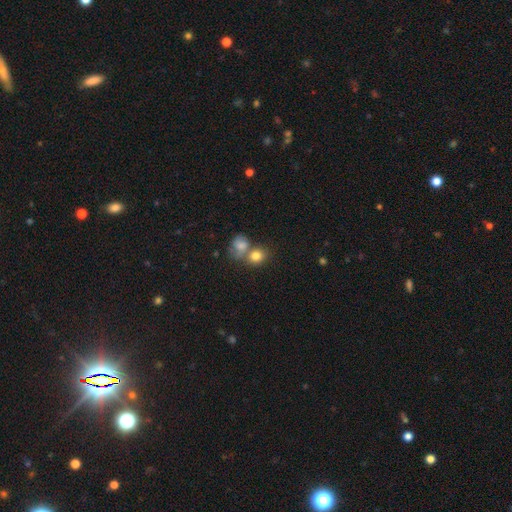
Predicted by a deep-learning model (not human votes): This is clearly a smooth galaxy (81%). How rounded: likely round (64%). Merging: marginally merger (45%).